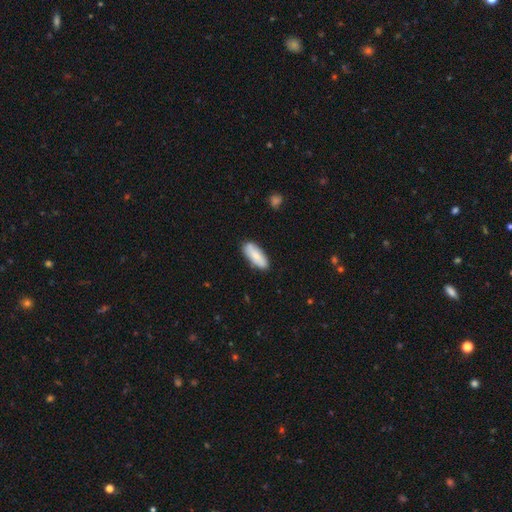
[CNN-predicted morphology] Smooth or featured? Predicted: smooth (p=0.76). How rounded? Predicted: in between (p=0.72). Merging? Predicted: none (p=0.84).